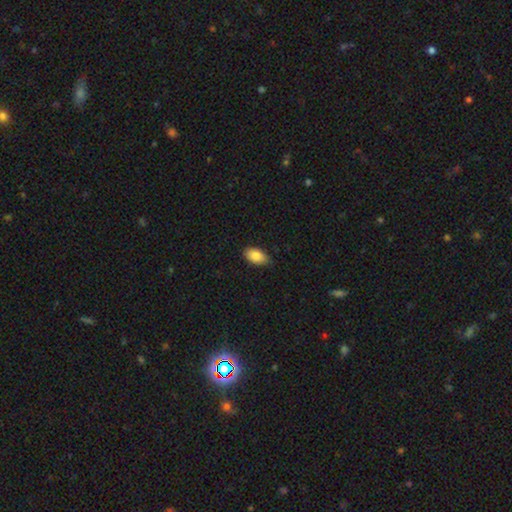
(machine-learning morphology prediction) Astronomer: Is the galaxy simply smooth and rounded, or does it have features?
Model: smooth — 85%.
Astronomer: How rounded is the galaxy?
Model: in between — 93%.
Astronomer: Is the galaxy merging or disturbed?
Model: none — 77%.